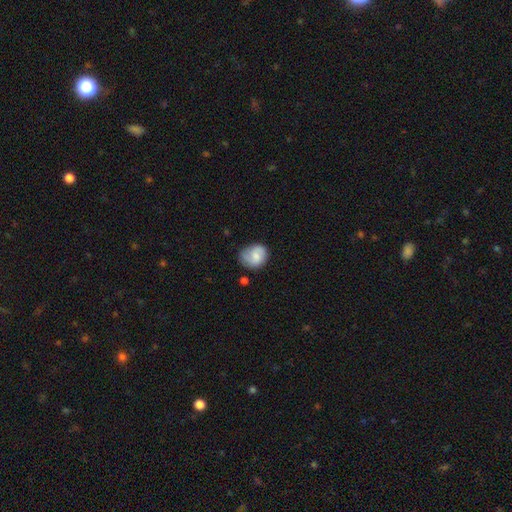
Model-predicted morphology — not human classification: Smooth or featured? Predicted: smooth (p=0.71). How rounded? Predicted: round (p=0.66). Merging? Predicted: none (p=0.61).